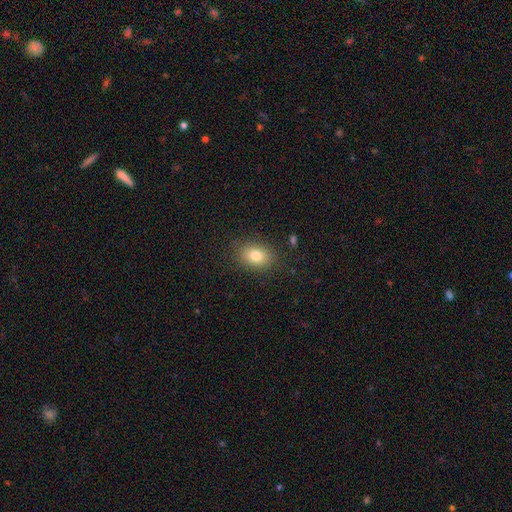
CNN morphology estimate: type=smooth (80%); roundness=in between (70%); merging=none (86%).